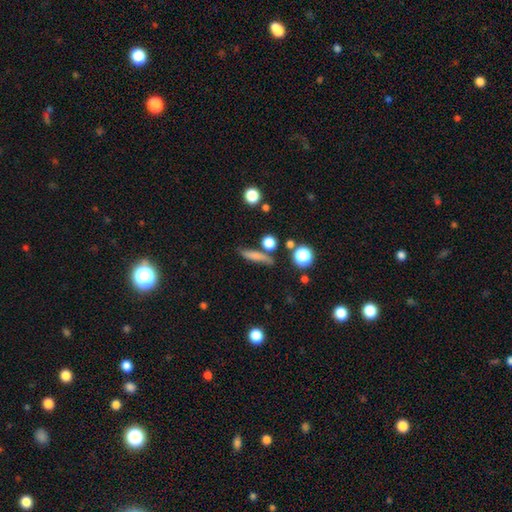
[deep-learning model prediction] smooth-or-featured: smooth: 69% | featured or disk: 21% | star or artifact: 11%
  how-rounded: cigar-shaped: 74% | in between: 16% | round: 10%
  merging: none: 71% | minor disturbance: 15% | merger: 8% | major disturbance: 5%